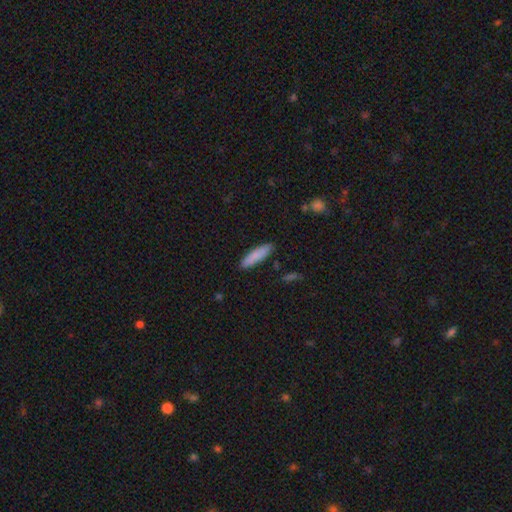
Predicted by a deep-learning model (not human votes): Morphology: type=smooth (85%); roundness=cigar-shaped (72%); merging=none (86%).